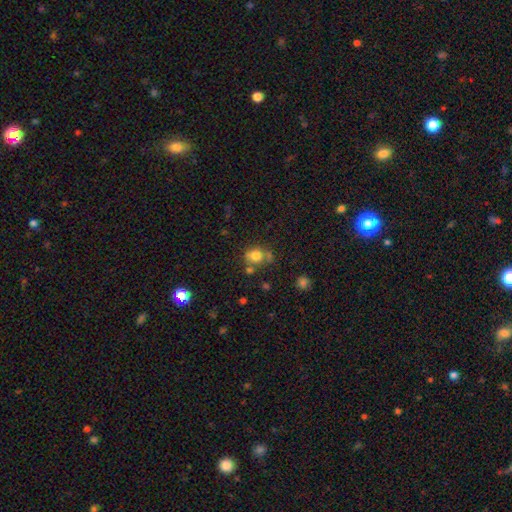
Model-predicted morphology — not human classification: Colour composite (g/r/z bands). It shows a smooth galaxy with no disk features (77%) that is round (73%). Merging: none (58%).